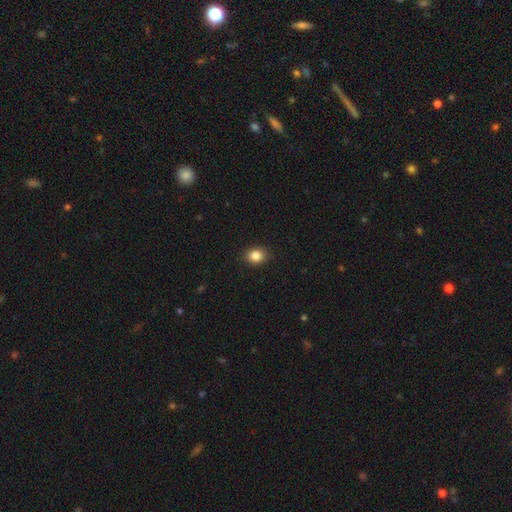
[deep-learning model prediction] smooth 85%, star or artifact 10%, featured or disk 5%. Down the decision tree: how rounded — round (59%); merging — none (90%).